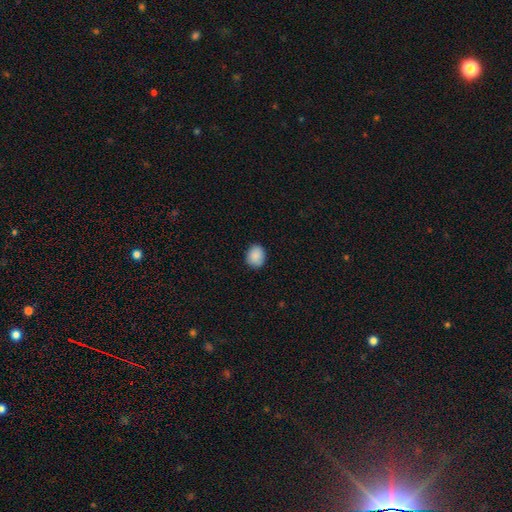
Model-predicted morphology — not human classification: Smooth or featured? Predicted: smooth (p=0.89). How rounded? Predicted: round (p=0.56). Merging? Predicted: none (p=0.84).